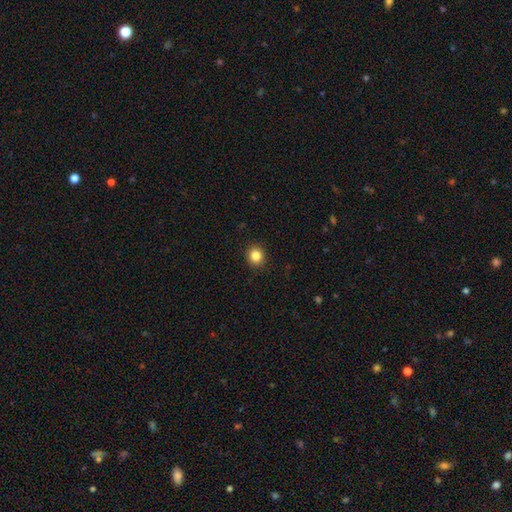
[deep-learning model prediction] Smooth or featured? smooth (84%)
How rounded? round (87%)
Merging? none (92%)